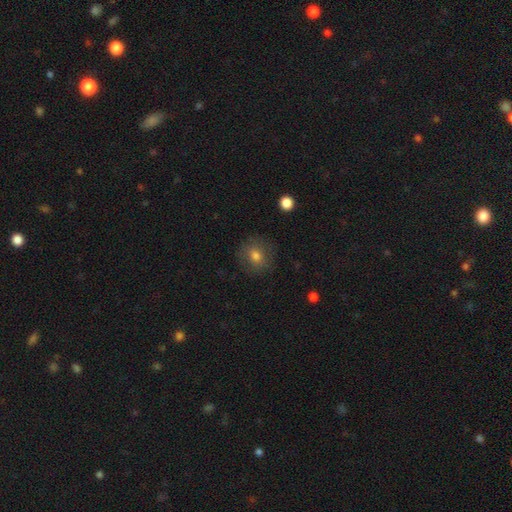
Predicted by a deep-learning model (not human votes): Smooth or featured? smooth (74%)
How rounded? round (79%)
Merging? none (84%)